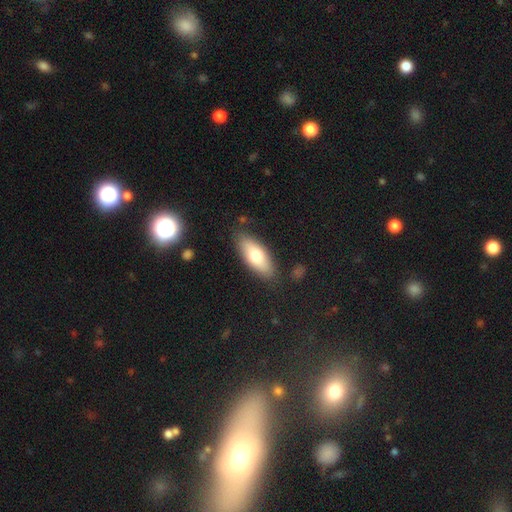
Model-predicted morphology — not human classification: The model was most divided on "how rounded": in between: 76%, cigar-shaped: 22%, round: 2%. More confident: merging — none (82%); smooth or featured — smooth (74%).